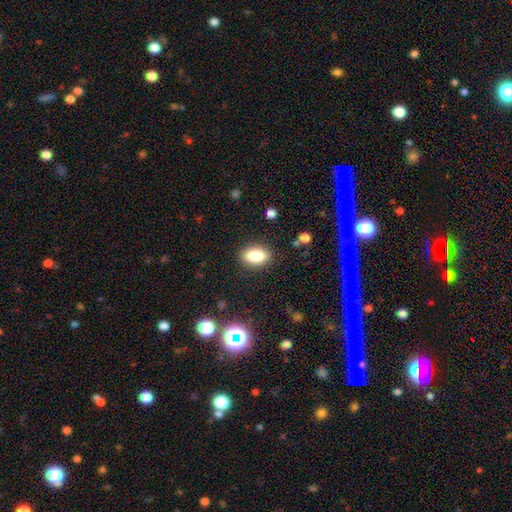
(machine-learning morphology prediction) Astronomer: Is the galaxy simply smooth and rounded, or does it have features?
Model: smooth — 82%.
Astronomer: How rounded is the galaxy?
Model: in between — 87%.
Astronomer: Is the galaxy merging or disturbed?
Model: none — 87%.